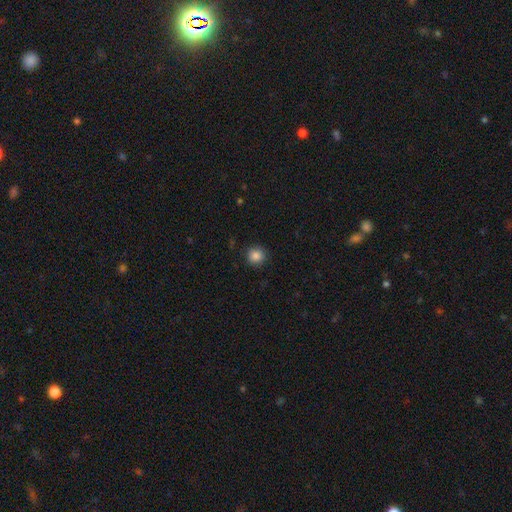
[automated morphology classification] Smooth or featured?
  - smooth: 86% *
  - star or artifact: 11%
  - featured or disk: 3%
How rounded?
  - round: 93% *
  - in between: 6%
  - cigar-shaped: 1%
Merging?
  - none: 91% *
  - minor disturbance: 6%
  - major disturbance: 2%
  - merger: 1%